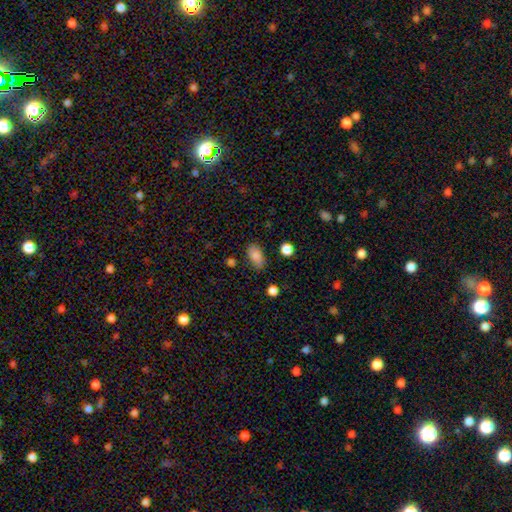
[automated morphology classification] Smooth or featured? smooth (85%)
How rounded? in between (91%)
Merging? none (80%)